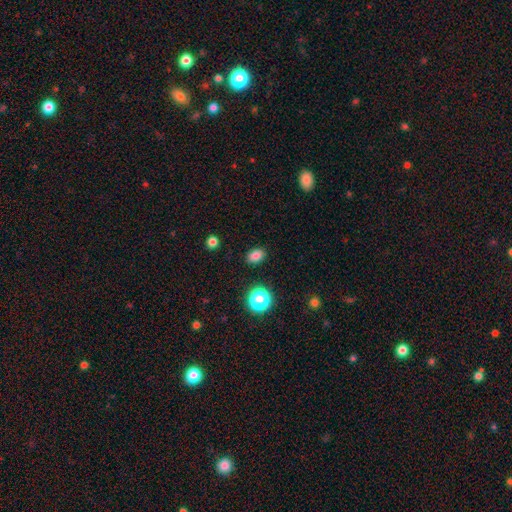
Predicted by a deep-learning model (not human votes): The model was most divided on "how rounded": in between: 74%, round: 25%, cigar-shaped: 1%. More confident: merging — none (88%); smooth or featured — smooth (82%).